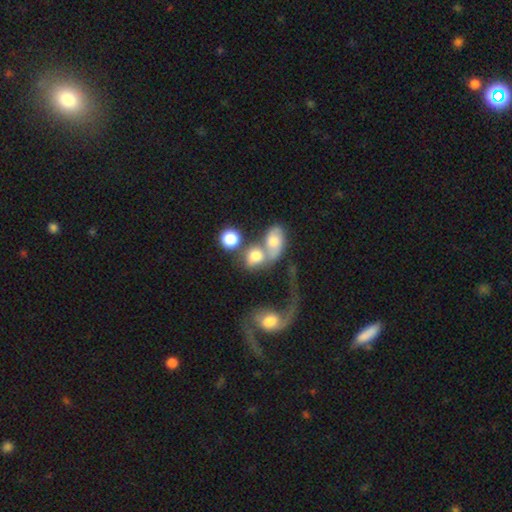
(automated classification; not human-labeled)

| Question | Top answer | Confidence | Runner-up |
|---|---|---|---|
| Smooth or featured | smooth | 62% | featured or disk (26%) |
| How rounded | in between | 50% | round (48%) |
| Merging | merger | 63% | none (18%) |